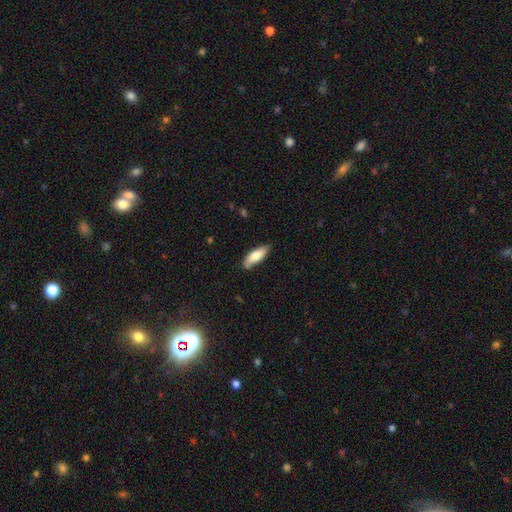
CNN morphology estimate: A smooth galaxy with no disk features (75%) that is in between round and cigar-shaped (68%). Merging: none (74%).